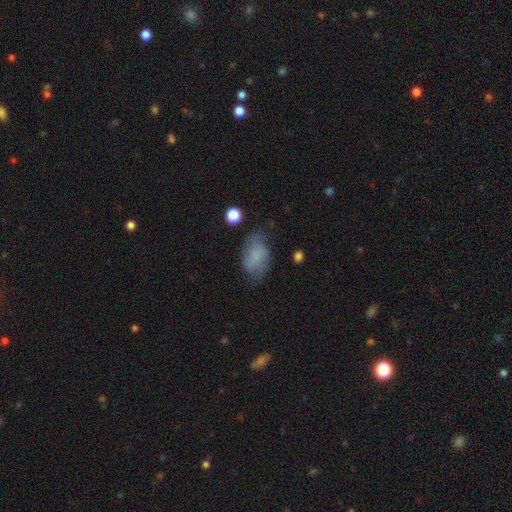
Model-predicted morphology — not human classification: Q: Smooth or featured?
A: smooth (65%); runner-up: featured or disk (25%)
Q: How rounded?
A: in between (88%); runner-up: round (10%)
Q: Merging?
A: none (56%); runner-up: minor disturbance (28%)